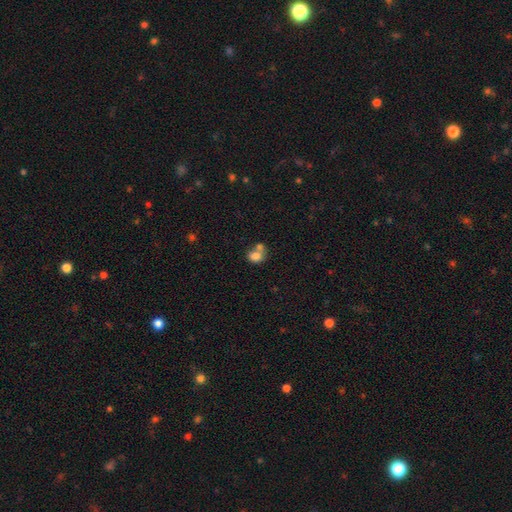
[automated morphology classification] The model was most divided on "how rounded": round: 54%, in between: 45%, cigar-shaped: 1%. More confident: smooth or featured — smooth (79%); merging — merger (52%).